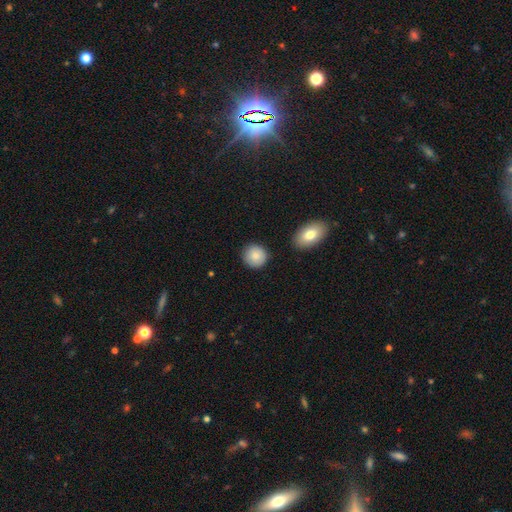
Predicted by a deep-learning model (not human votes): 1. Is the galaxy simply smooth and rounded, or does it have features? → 85% smooth, 8% featured or disk, 7% star or artifact.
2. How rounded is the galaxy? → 89% round, 10% in between, 1% cigar-shaped.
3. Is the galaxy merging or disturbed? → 86% none, 9% minor disturbance, 3% merger, 2% major disturbance.